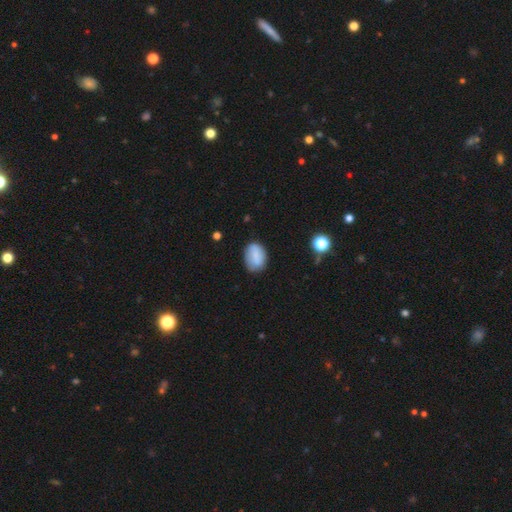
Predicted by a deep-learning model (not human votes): smooth_or_featured: smooth (p=0.77) [alt: featured or disk p=0.15]
how_rounded: in between (p=0.81) [alt: round p=0.17]
merging: none (p=0.76) [alt: minor disturbance p=0.18]